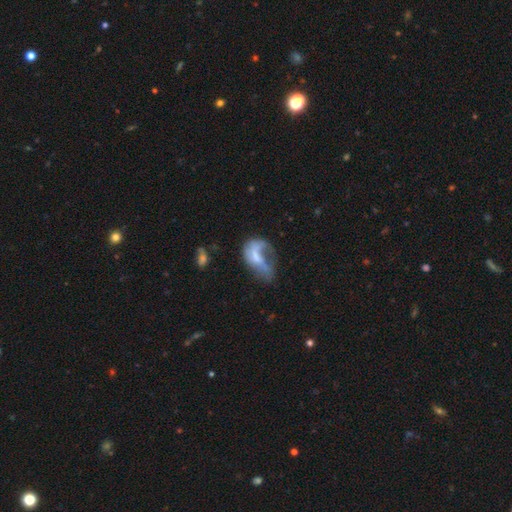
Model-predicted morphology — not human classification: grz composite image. It shows a featured or disk galaxy (47%). Merging: major disturbance (52%).